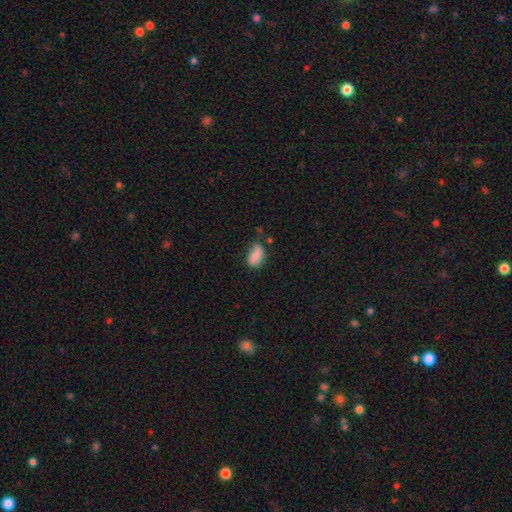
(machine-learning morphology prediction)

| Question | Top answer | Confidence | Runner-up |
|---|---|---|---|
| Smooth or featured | smooth | 83% | featured or disk (9%) |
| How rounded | in between | 91% | round (7%) |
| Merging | none | 52% | minor disturbance (34%) |